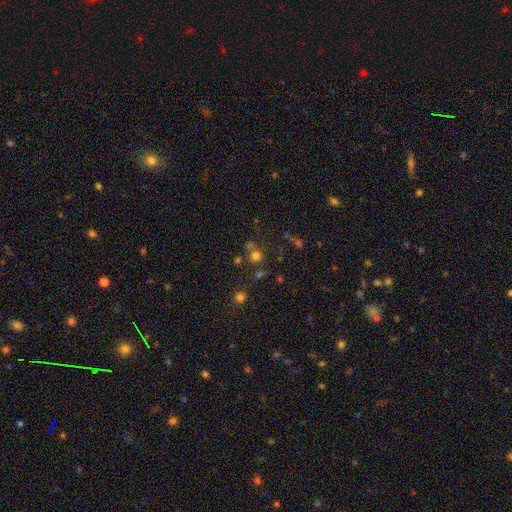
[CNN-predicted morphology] smooth-or-featured: smooth: 65% | star or artifact: 25% | featured or disk: 10%
  how-rounded: round: 89% | in between: 10% | cigar-shaped: 1%
  merging: none: 65% | merger: 23% | minor disturbance: 8% | major disturbance: 5%